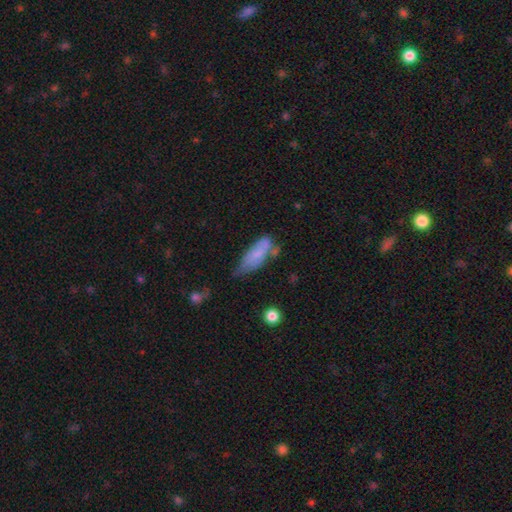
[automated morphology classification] smooth-or-featured: smooth: 68% | featured or disk: 25% | star or artifact: 7%
  how-rounded: in between: 73% | cigar-shaped: 25% | round: 2%
  merging: minor disturbance: 38% | none: 31% | major disturbance: 18% | merger: 13%